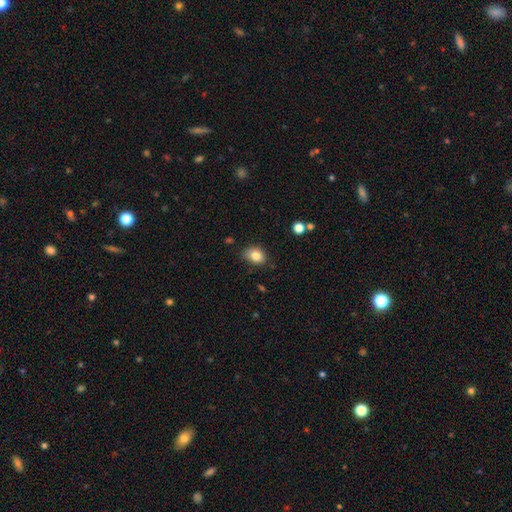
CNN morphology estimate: smooth_or_featured: smooth (p=0.83) [alt: star or artifact p=0.10]
how_rounded: in between (p=0.62) [alt: round p=0.37]
merging: none (p=0.74) [alt: minor disturbance p=0.20]